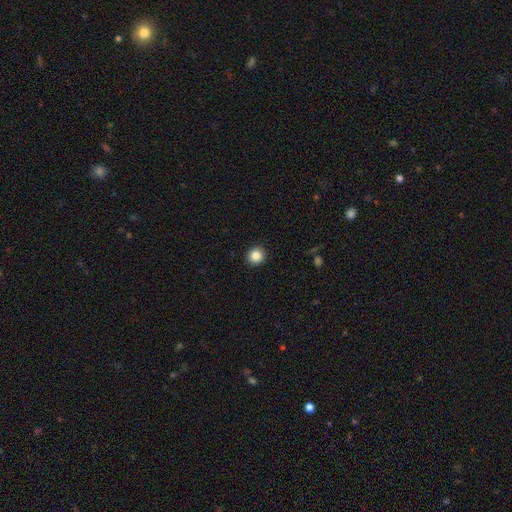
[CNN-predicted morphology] Smooth or featured? Predicted: smooth (p=0.85). How rounded? Predicted: round (p=0.92). Merging? Predicted: none (p=0.93).